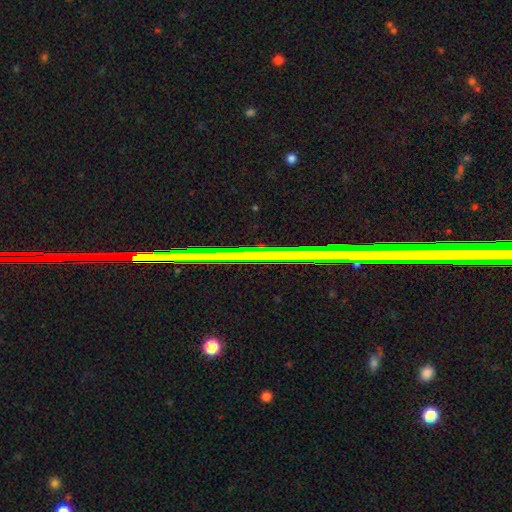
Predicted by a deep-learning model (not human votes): A star or artifact, not a galaxy (58%).

Vote fractions:
- Smooth or featured? star or artifact: 58% / featured or disk: 26% / smooth: 16%